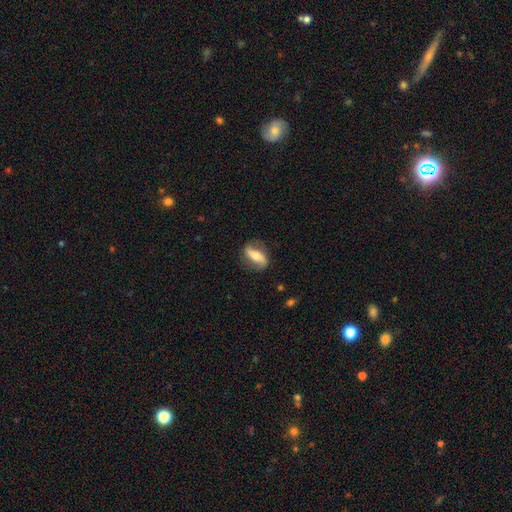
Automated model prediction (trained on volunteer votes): Overall: featured or disk (68%). Edge-on disk: no (85%). Bar: strong (52%; no 24%). Spiral arms: yes (83%). Bulge size: moderate (58%; small 27%). Merging: none (79%).